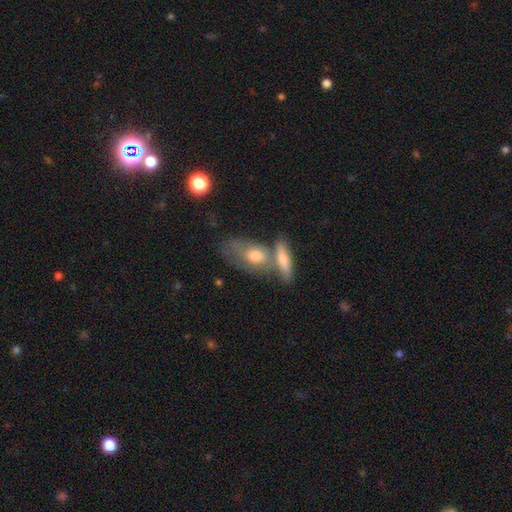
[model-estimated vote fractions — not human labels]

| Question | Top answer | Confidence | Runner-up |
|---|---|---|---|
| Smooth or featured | smooth | 57% | featured or disk (35%) |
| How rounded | in between | 75% | cigar-shaped (16%) |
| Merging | merger | 44% | none (33%) |